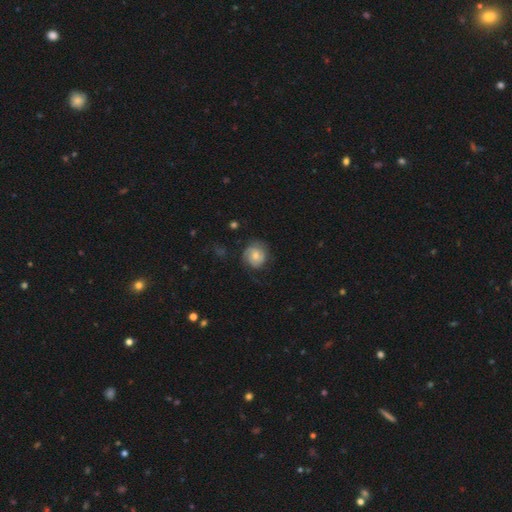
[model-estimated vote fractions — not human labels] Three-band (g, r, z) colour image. It shows a featured or disk galaxy (59%) with no bar (66%), 2 (55%) tight (53%) spiral arms (90%) and a moderate central bulge (50%). Merging: none (70%).